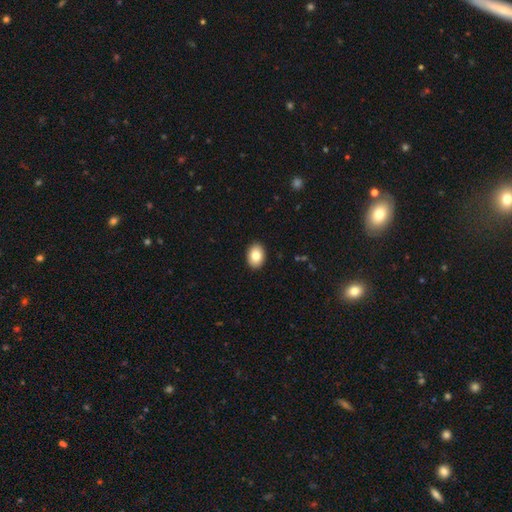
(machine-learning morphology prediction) Overall: smooth (82%). How rounded: in between (79%). Merging: none (91%).